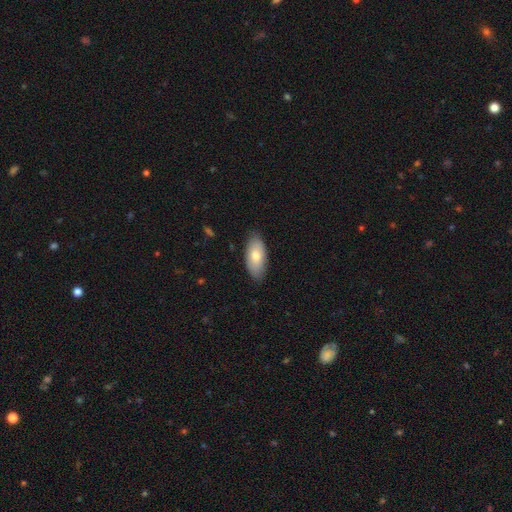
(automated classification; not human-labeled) The model was most divided on "smooth or featured": smooth: 73%, featured or disk: 21%, star or artifact: 6%. More confident: how rounded — in between (90%); merging — none (83%).